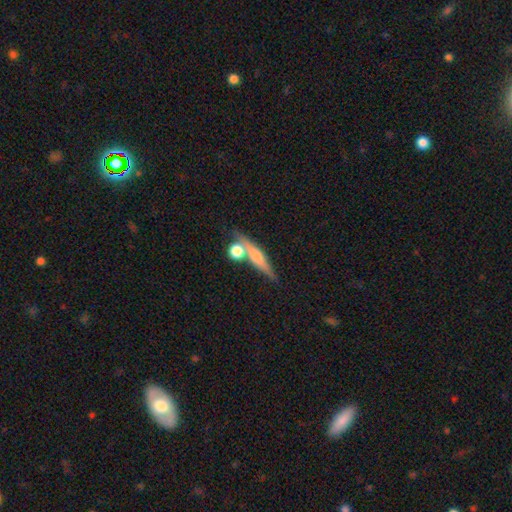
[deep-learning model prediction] Q: Smooth or featured?
A: featured or disk (52%); runner-up: smooth (39%)
Q: Edge-on disk?
A: yes (90%); runner-up: no (10%)
Q: Merging?
A: none (61%); runner-up: merger (21%)